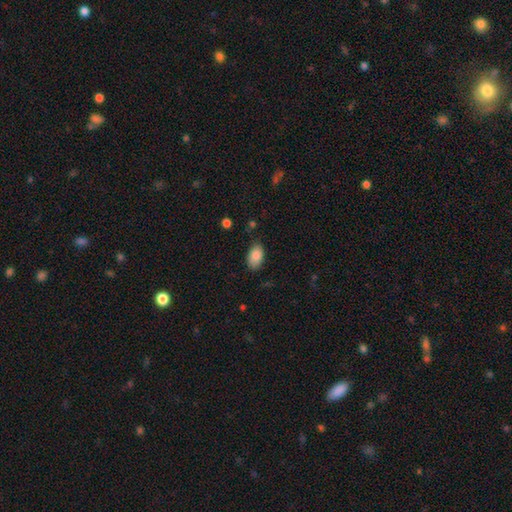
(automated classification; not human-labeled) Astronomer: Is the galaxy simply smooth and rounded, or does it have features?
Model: smooth — 87%.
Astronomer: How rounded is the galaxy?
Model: in between — 92%.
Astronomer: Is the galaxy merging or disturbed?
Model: none — 78%.